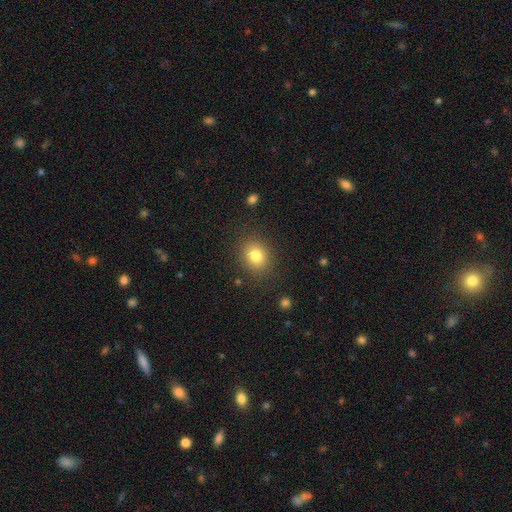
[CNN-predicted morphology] A smooth galaxy with no disk features (81%) that is round (59%).

Vote fractions:
- Smooth or featured? smooth: 81% / star or artifact: 11% / featured or disk: 8%
- How rounded? round: 59% / in between: 40% / cigar-shaped: 1%
- Merging? none: 85% / minor disturbance: 10% / major disturbance: 4% / merger: 2%